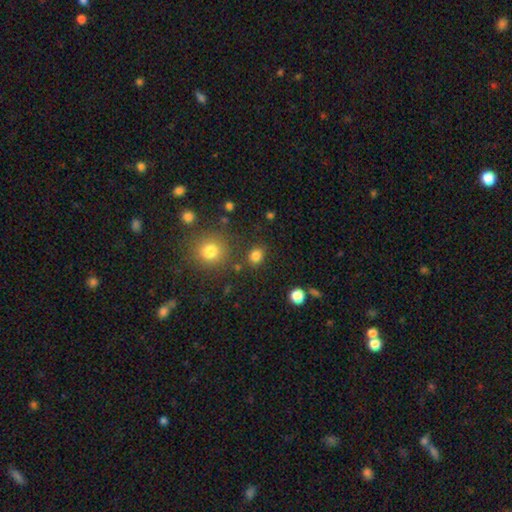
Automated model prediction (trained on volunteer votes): smooth_or_featured: smooth (p=0.82) [alt: star or artifact p=0.14]
how_rounded: round (p=0.67) [alt: in between p=0.32]
merging: none (p=0.82) [alt: minor disturbance p=0.09]